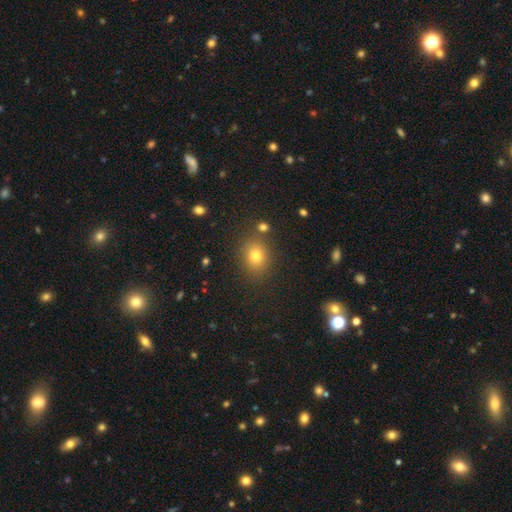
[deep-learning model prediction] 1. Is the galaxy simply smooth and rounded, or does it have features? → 77% smooth, 15% star or artifact, 8% featured or disk.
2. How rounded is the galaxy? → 57% round, 42% in between, 1% cigar-shaped.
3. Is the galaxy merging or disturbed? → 82% none, 10% minor disturbance, 5% merger, 3% major disturbance.